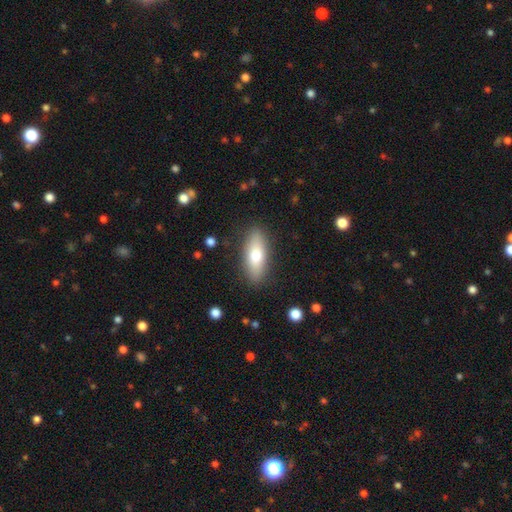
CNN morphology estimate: Smooth or featured? smooth (70%)
How rounded? in between (62%)
Merging? none (87%)